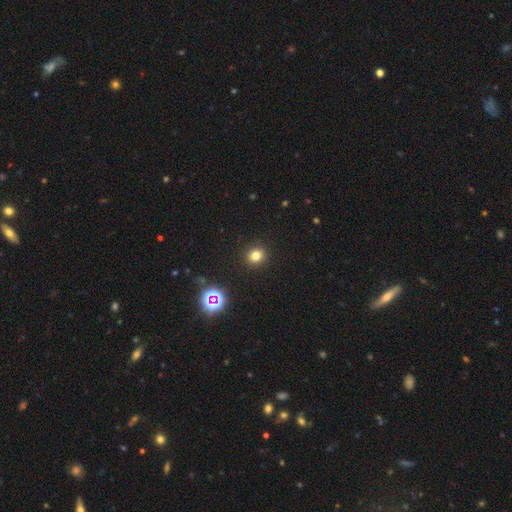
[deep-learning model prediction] Q: Smooth or featured?
A: smooth (77%); runner-up: star or artifact (17%)
Q: How rounded?
A: round (83%); runner-up: in between (16%)
Q: Merging?
A: none (91%); runner-up: minor disturbance (6%)